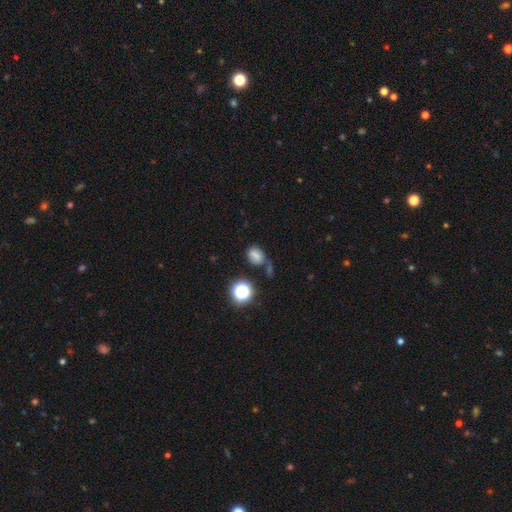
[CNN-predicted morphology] smooth 72%, star or artifact 17%, featured or disk 11%. Down the decision tree: how rounded — in between (66%); merging — none (54%).